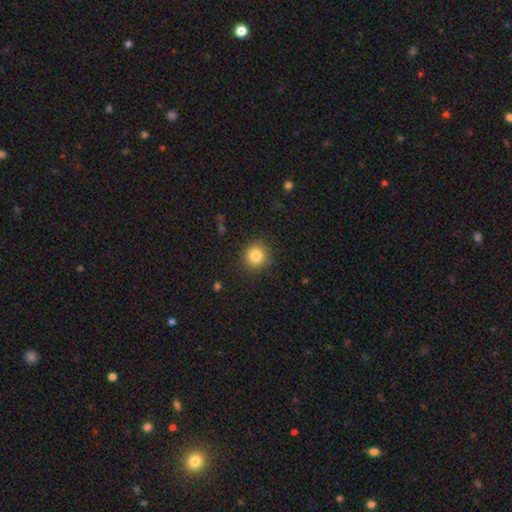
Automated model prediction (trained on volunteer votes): A smooth galaxy with no disk features (83%) that is round (92%).

Vote fractions:
- Smooth or featured? smooth: 83% / star or artifact: 10% / featured or disk: 6%
- How rounded? round: 92% / in between: 7% / cigar-shaped: 1%
- Merging? none: 89% / minor disturbance: 7% / major disturbance: 2% / merger: 1%